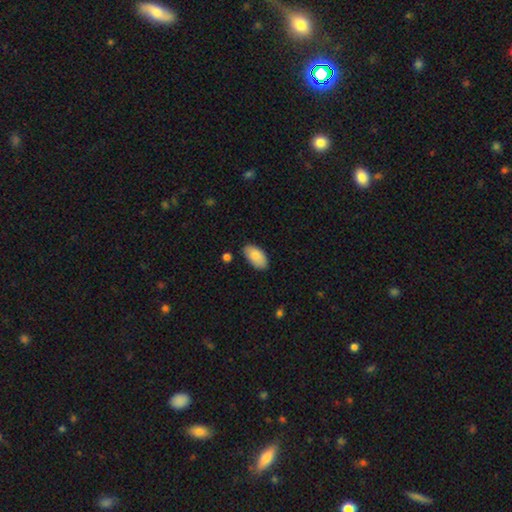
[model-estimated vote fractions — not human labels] A smooth galaxy with no disk features (83%) that is in between round and cigar-shaped (95%). Merging: none (78%).